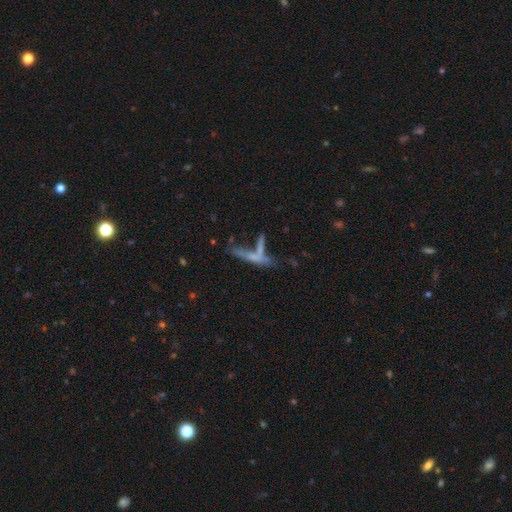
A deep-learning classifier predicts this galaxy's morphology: Smooth or featured? Predicted: smooth (p=0.50). How rounded? Predicted: cigar-shaped (p=0.83). Merging? Predicted: none (p=0.38).